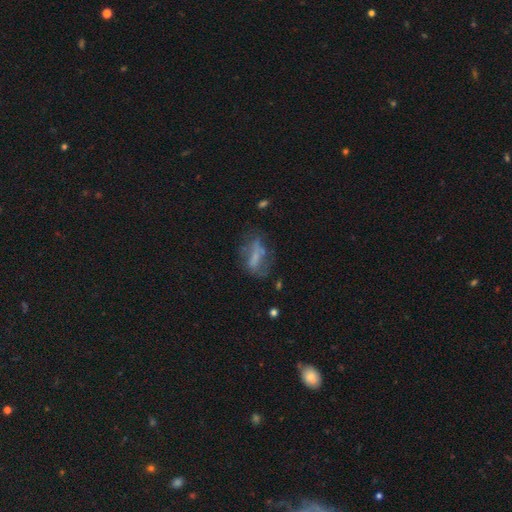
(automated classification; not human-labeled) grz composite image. It shows a featured or disk galaxy (45%). Merging: none (46%).